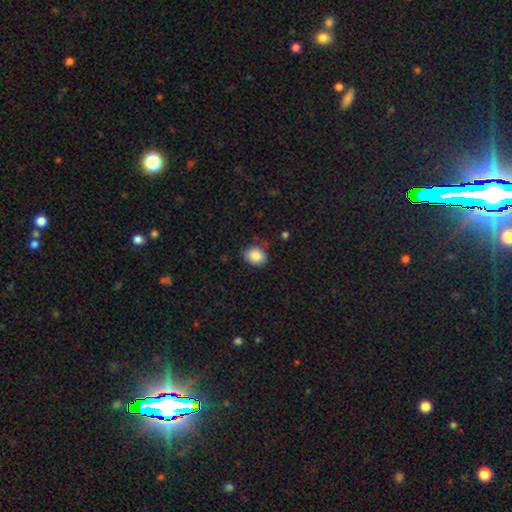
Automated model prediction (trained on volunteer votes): smooth_or_featured: smooth (p=0.87) [alt: star or artifact p=0.08]
how_rounded: in between (p=0.51) [alt: round p=0.49]
merging: none (p=0.74) [alt: minor disturbance p=0.20]